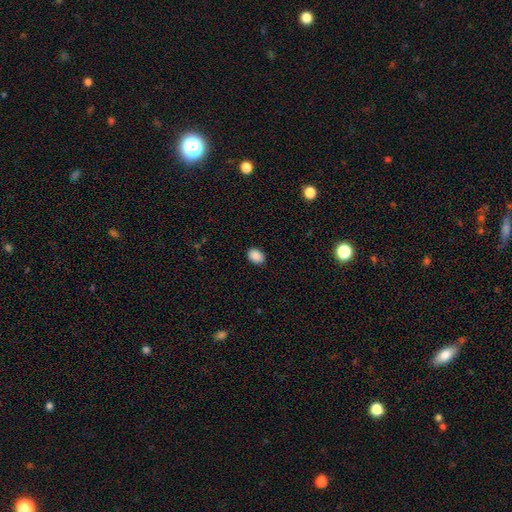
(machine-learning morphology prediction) A smooth galaxy with no disk features (89%) that is in between round and cigar-shaped (74%). Merging: none (88%).